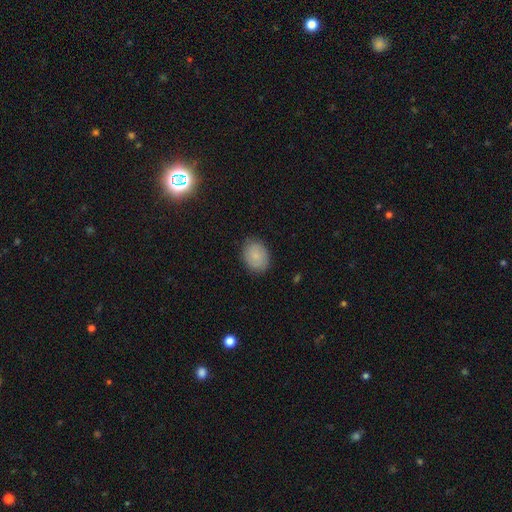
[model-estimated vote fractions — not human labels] This is clearly a smooth galaxy (81%). How rounded: likely in between (70%). Merging: clearly none (84%).